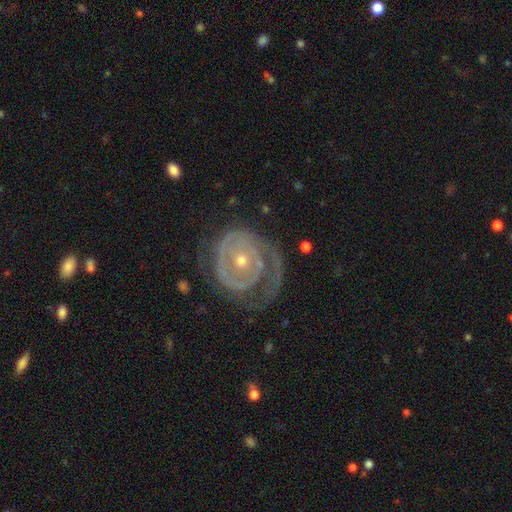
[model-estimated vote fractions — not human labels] Smooth or featured?
  - featured or disk: 83% *
  - smooth: 9%
  - star or artifact: 9%
Edge-on disk?
  - no: 97% *
  - yes: 3%
Bar?
  - no: 71% *
  - weak: 21%
  - strong: 9%
Spiral arms?
  - yes: 91% *
  - no: 9%
Spiral winding?
  - tight: 79% *
  - medium: 17%
  - loose: 5%
Spiral arm count?
  - 2: 45% *
  - can't tell: 21%
  - 1: 16%
  - 3: 10%
  - 4: 4%
  - more than 4: 4%
Bulge size?
  - small: 63% *
  - moderate: 33%
  - large: 2%
  - none: 1%
  - dominant: 1%
Merging?
  - none: 72% *
  - minor disturbance: 16%
  - major disturbance: 10%
  - merger: 2%